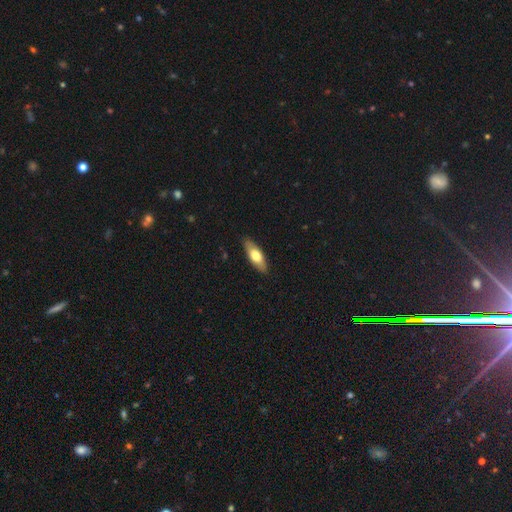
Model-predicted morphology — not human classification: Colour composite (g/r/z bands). It shows a smooth galaxy with no disk features (62%) that is in between round and cigar-shaped (62%). Merging: none (88%).